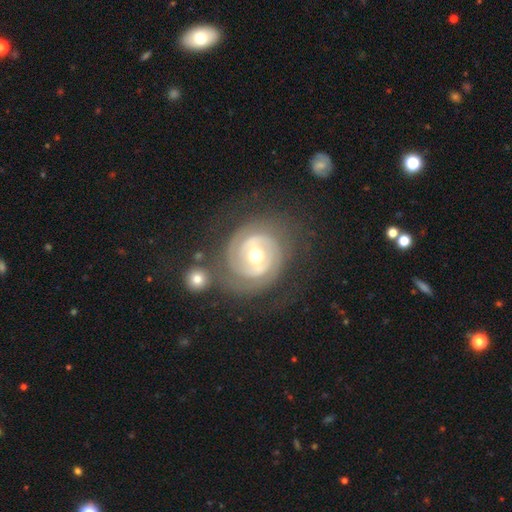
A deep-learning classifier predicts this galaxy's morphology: A featured or disk galaxy (85%) with a weak bar (40%), 2 (63%) tight (70%) spiral arms (90%) and a moderate central bulge (78%).

Vote fractions:
- Smooth or featured? featured or disk: 85% / smooth: 10% / star or artifact: 5%
- Edge-on disk? no: 97% / yes: 3%
- Bar? weak: 40% / no: 37% / strong: 24%
- Spiral arms? yes: 90% / no: 10%
- Spiral winding? tight: 70% / medium: 23% / loose: 7%
- Spiral arm count? 2: 63% / can't tell: 16% / 3: 10% / 1: 5% / 4: 3% / more than 4: 3%
- Bulge size? moderate: 78% / small: 11% / large: 9% / dominant: 1% / none: 1%
- Merging? none: 68% / minor disturbance: 15% / major disturbance: 10% / merger: 7%